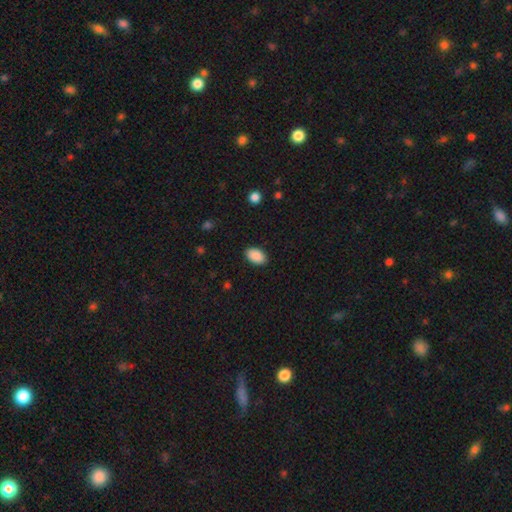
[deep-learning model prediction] A smooth galaxy with no disk features (91%) that is in between round and cigar-shaped (93%).

Vote fractions:
- Smooth or featured? smooth: 91% / star or artifact: 7% / featured or disk: 3%
- How rounded? in between: 93% / round: 6% / cigar-shaped: 1%
- Merging? none: 89% / minor disturbance: 8% / major disturbance: 2% / merger: 1%